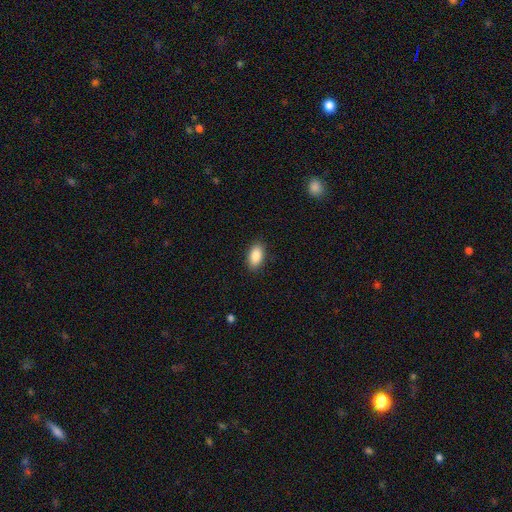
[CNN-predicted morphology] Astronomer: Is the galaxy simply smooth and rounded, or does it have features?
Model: smooth — 88%.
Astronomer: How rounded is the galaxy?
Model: in between — 93%.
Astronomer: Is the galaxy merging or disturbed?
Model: none — 89%.